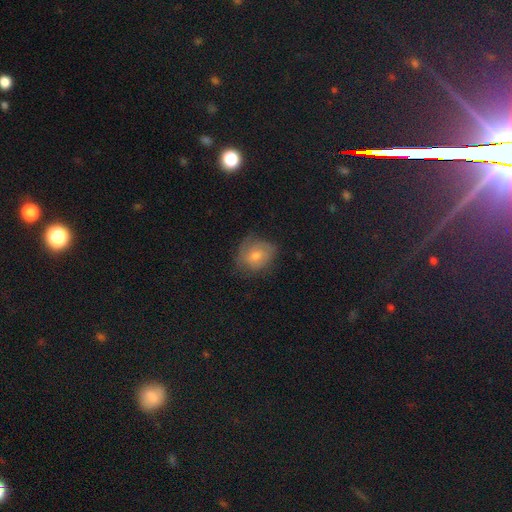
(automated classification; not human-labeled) Smooth or featured? smooth (51%)
How rounded? round (64%)
Merging? none (63%)